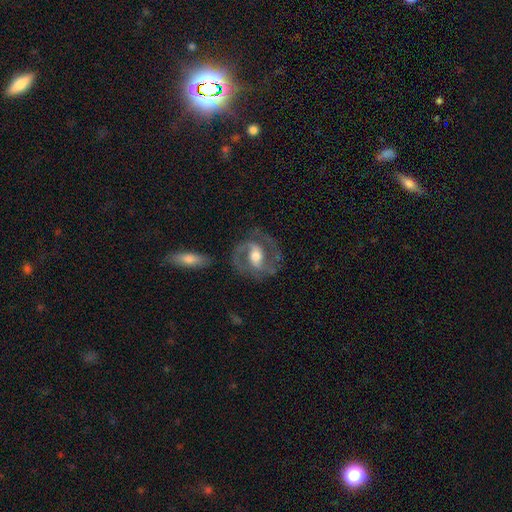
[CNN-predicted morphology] Smooth or featured? featured or disk (87%)
Edge-on disk? no (97%)
Bar? weak (44%)
Spiral arms? yes (95%)
Spiral winding? medium (60%)
Spiral arm count? 2 (91%)
Bulge size? moderate (67%)
Merging? none (74%)